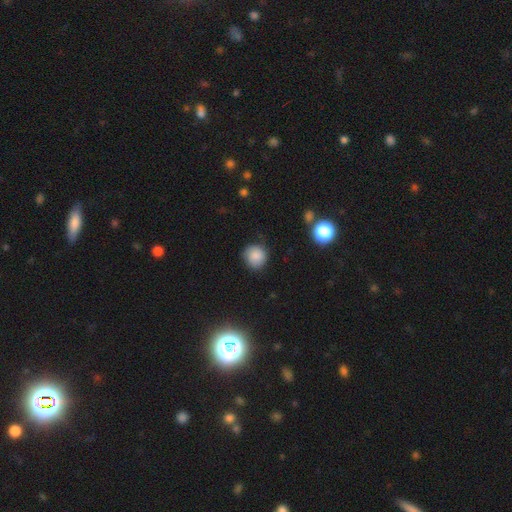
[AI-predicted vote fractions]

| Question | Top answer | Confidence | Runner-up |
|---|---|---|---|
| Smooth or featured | smooth | 84% | star or artifact (10%) |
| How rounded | round | 90% | in between (9%) |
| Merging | none | 79% | minor disturbance (16%) |